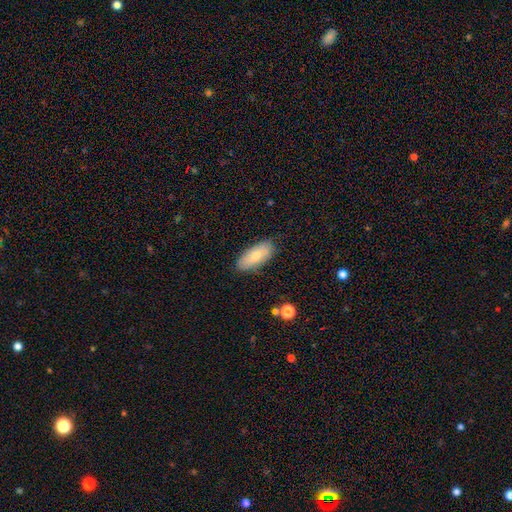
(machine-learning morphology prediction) smooth_or_featured: smooth (p=0.75) [alt: featured or disk p=0.19]
how_rounded: in between (p=0.83) [alt: cigar-shaped p=0.14]
merging: none (p=0.84) [alt: minor disturbance p=0.12]